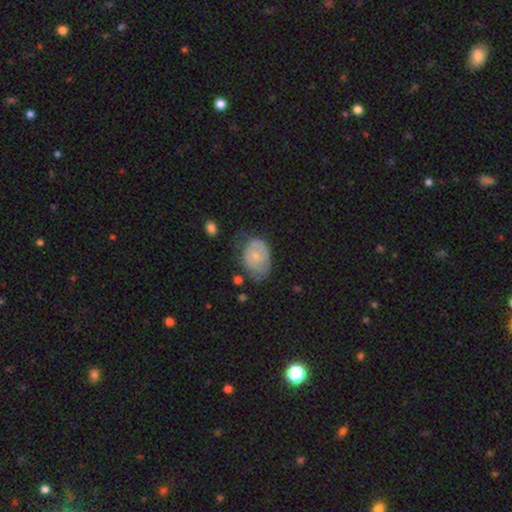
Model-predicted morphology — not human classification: A featured or disk galaxy (48%). Merging: none (45%).